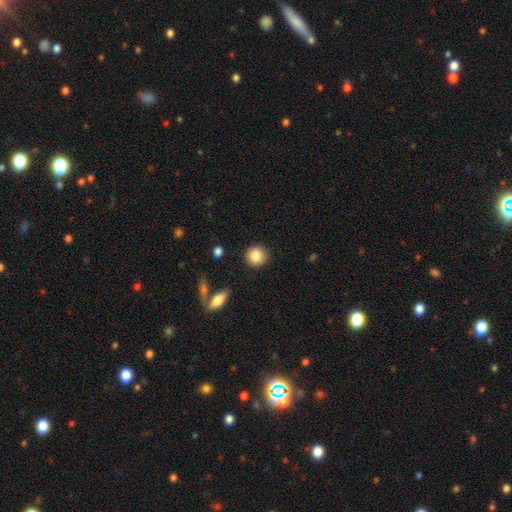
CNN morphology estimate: Q: Smooth or featured?
A: smooth (85%); runner-up: star or artifact (8%)
Q: How rounded?
A: round (90%); runner-up: in between (9%)
Q: Merging?
A: none (89%); runner-up: minor disturbance (7%)